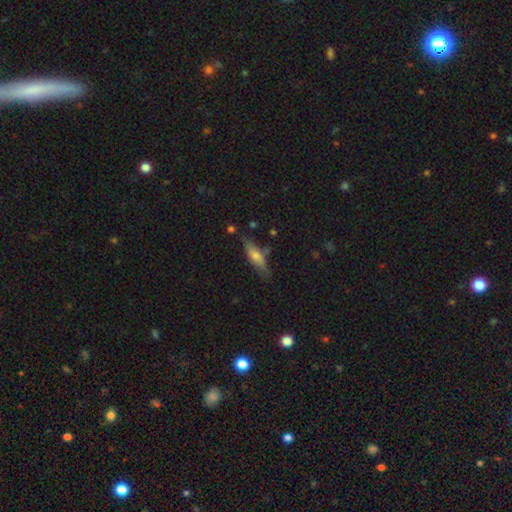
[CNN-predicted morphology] smooth 61%, featured or disk 32%, star or artifact 7%. Down the decision tree: how rounded — cigar-shaped (54%); merging — none (69%).